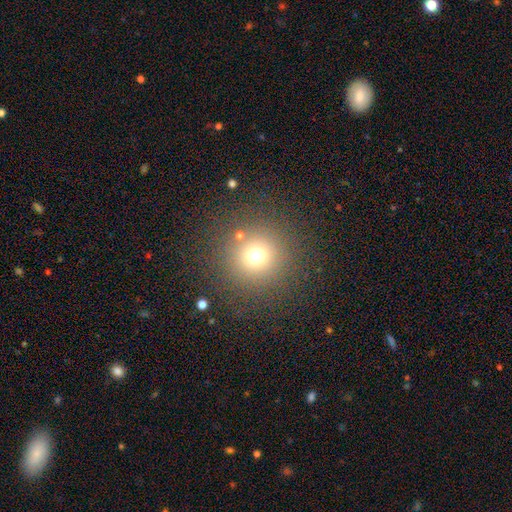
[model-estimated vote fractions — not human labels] Smooth or featured: smooth — 70% (star or artifact — 21%)
How rounded: round — 95% (in between — 4%)
Merging: none — 85% (minor disturbance — 7%)